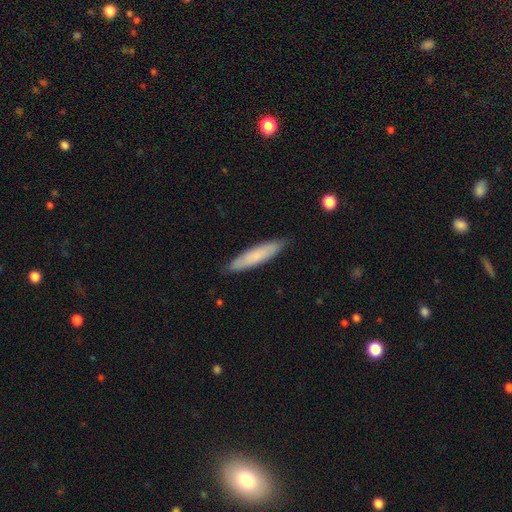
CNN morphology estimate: Smooth or featured? smooth (76%)
How rounded? cigar-shaped (83%)
Merging? none (87%)